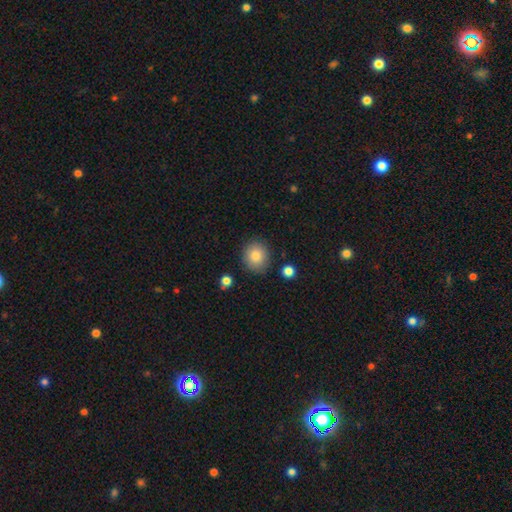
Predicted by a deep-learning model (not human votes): A smooth galaxy with no disk features (83%) that is round (80%).

Vote fractions:
- Smooth or featured? smooth: 83% / star or artifact: 9% / featured or disk: 8%
- How rounded? round: 80% / in between: 19% / cigar-shaped: 1%
- Merging? none: 86% / minor disturbance: 10% / major disturbance: 2% / merger: 2%